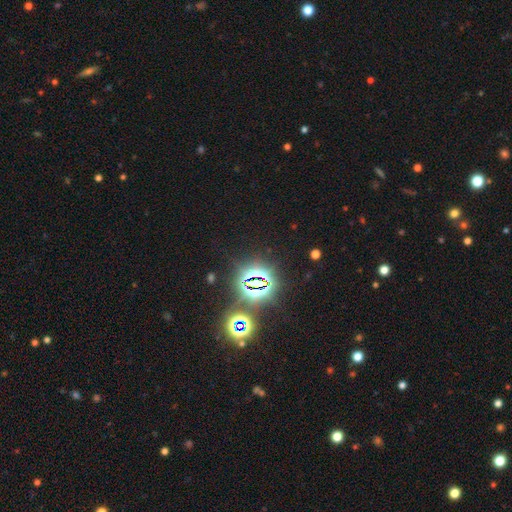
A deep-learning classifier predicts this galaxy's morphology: smooth-or-featured: star or artifact: 83% | smooth: 11% | featured or disk: 6%